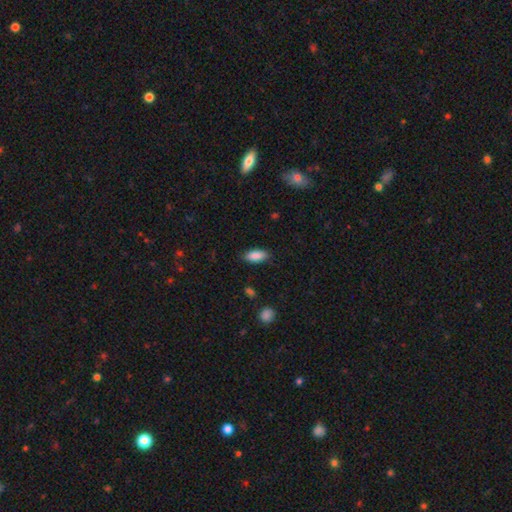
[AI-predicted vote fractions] This appears to be a smooth galaxy with no disk features (88%) that is in between round and cigar-shaped (86%). Merging: none (85%).